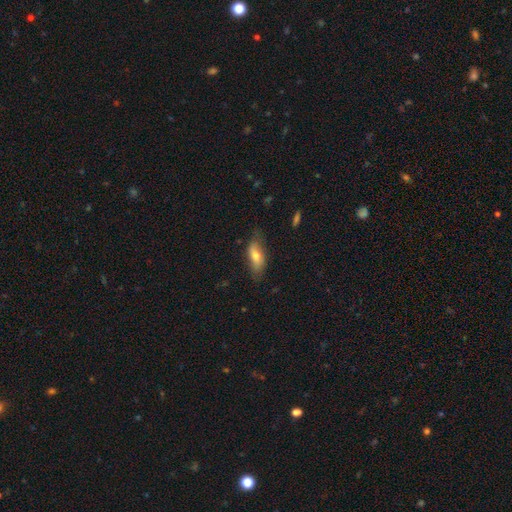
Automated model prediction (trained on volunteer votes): smooth-or-featured: smooth: 66% | featured or disk: 27% | star or artifact: 7%
  how-rounded: in between: 73% | cigar-shaped: 24% | round: 3%
  merging: none: 68% | minor disturbance: 24% | major disturbance: 6% | merger: 2%